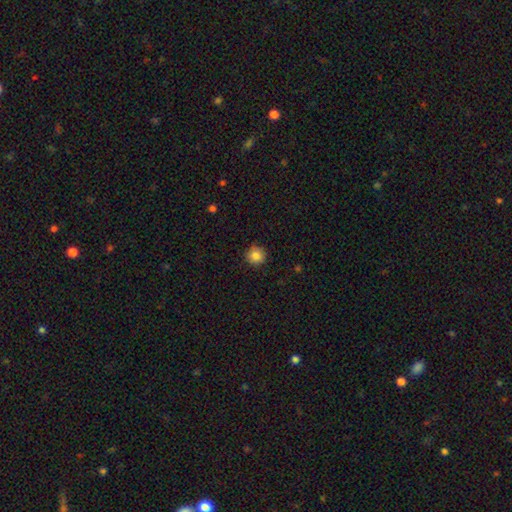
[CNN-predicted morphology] smooth 85%, star or artifact 10%, featured or disk 5%. Down the decision tree: how rounded — round (94%); merging — none (87%).